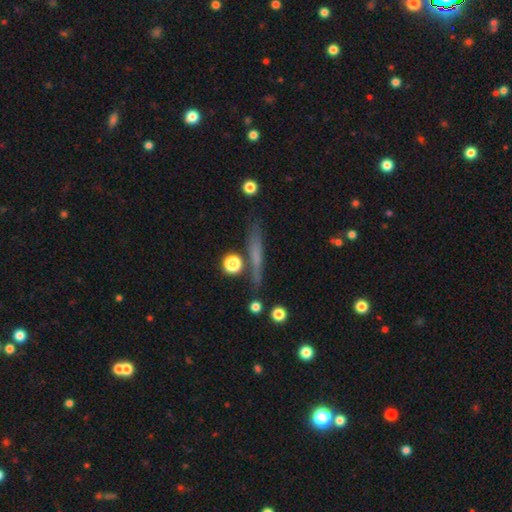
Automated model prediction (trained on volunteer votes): Smooth or featured: smooth — 53% (featured or disk — 36%)
How rounded: cigar-shaped — 88% (in between — 7%)
Merging: none — 79% (minor disturbance — 13%)